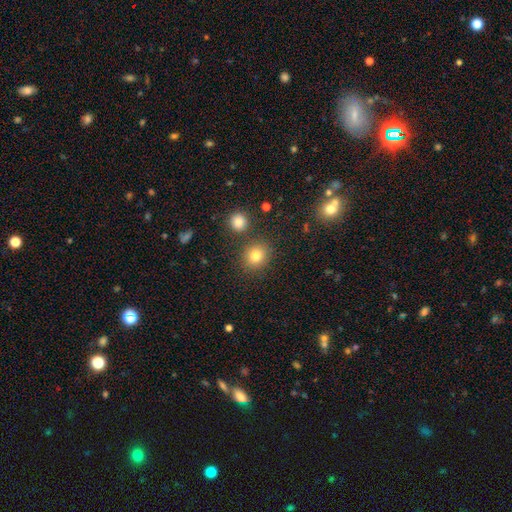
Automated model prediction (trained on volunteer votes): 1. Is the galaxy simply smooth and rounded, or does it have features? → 80% smooth, 13% star or artifact, 7% featured or disk.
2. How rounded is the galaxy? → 80% round, 19% in between, 1% cigar-shaped.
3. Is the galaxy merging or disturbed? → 83% none, 8% minor disturbance, 6% merger, 3% major disturbance.